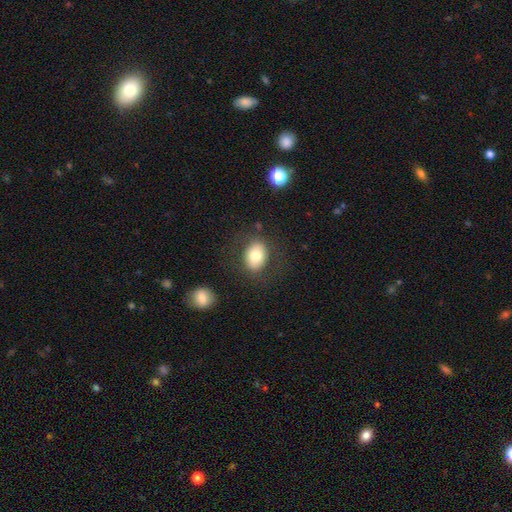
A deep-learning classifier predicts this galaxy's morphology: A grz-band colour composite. It shows a smooth galaxy with no disk features (75%) that is in between round and cigar-shaped (64%). Merging: none (78%).